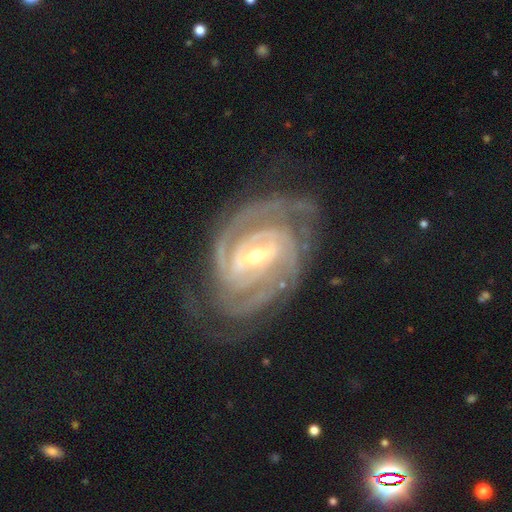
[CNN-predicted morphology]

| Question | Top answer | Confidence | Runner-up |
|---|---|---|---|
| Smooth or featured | featured or disk | 92% | star or artifact (5%) |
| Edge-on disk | no | 97% | yes (3%) |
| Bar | strong | 54% | weak (35%) |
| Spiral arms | yes | 98% | no (2%) |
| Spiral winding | tight | 74% | medium (23%) |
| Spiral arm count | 2 | 40% | 3 (25%) |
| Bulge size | moderate | 48% | tied: small (48%) |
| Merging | none | 74% | minor disturbance (17%) |